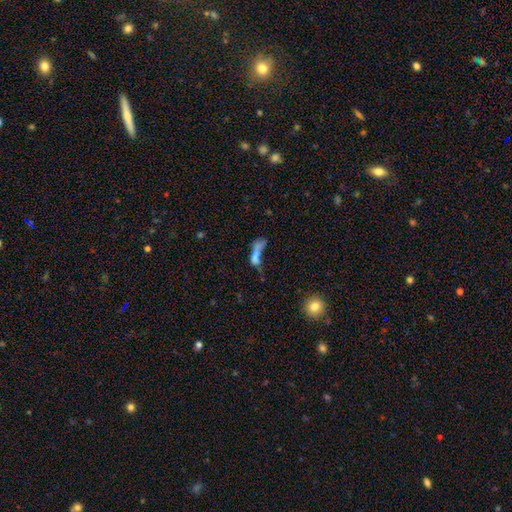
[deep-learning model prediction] The model was most divided on "merging": merger: 40%, major disturbance: 28%, none: 21%, minor disturbance: 11%. More confident: smooth or featured — smooth (58%); how rounded — cigar-shaped (54%).